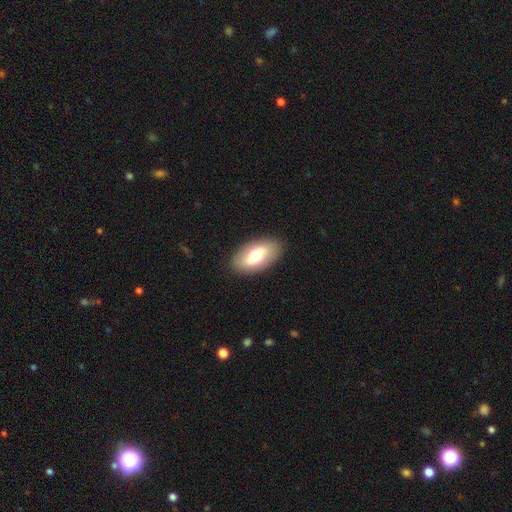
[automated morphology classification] Overall: smooth (61%; featured or disk 33%). How rounded: in between (92%). Merging: none (88%).